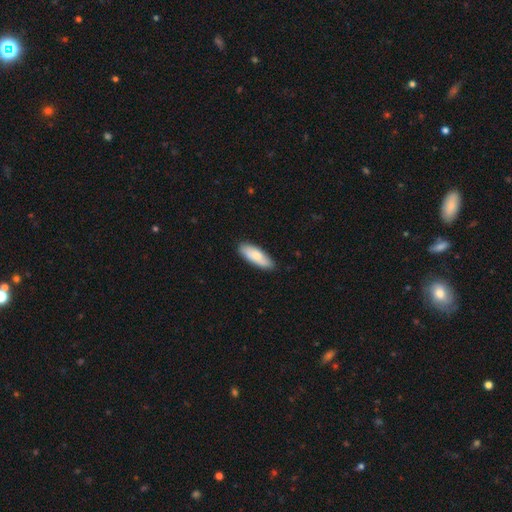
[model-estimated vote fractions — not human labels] A smooth galaxy with no disk features (76%) that is in between round and cigar-shaped (63%). Merging: none (86%).